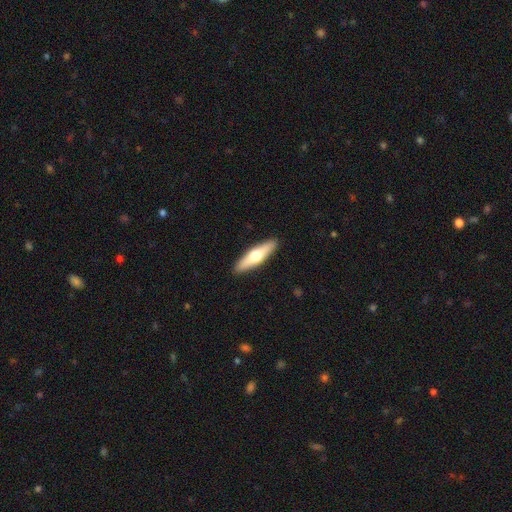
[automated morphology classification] smooth 50%, featured or disk 45%, star or artifact 5%. Down the decision tree: how rounded — cigar-shaped (69%); merging — none (91%).